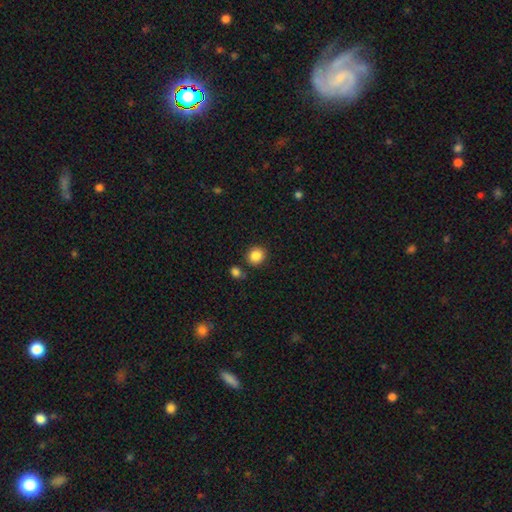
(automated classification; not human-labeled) Smooth or featured: smooth — 86% (star or artifact — 9%)
How rounded: round — 86% (in between — 14%)
Merging: none — 82% (minor disturbance — 9%)